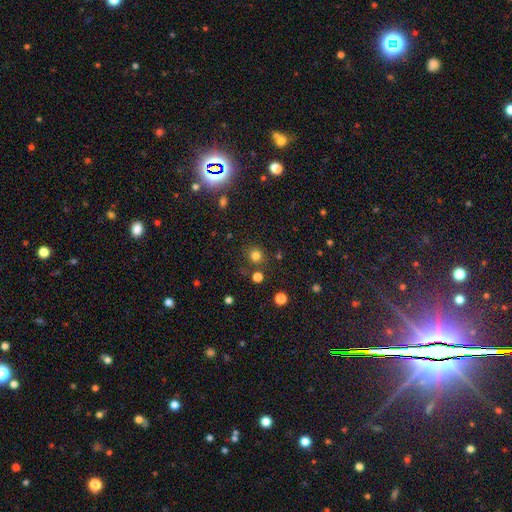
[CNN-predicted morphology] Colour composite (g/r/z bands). It shows a smooth galaxy with no disk features (78%) that is round (89%). Merging: none (82%).